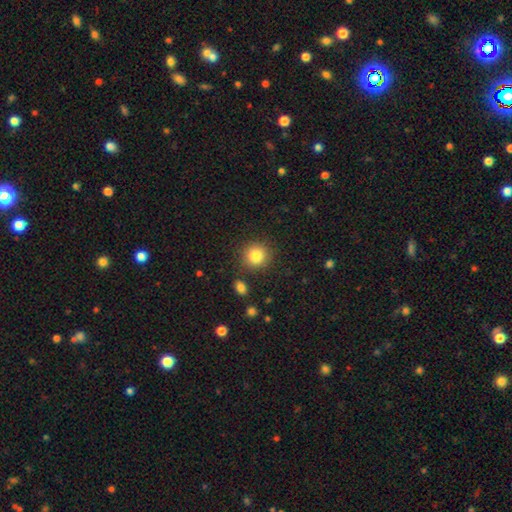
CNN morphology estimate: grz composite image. It shows a smooth galaxy with no disk features (85%) that is round (89%). Merging: none (86%).